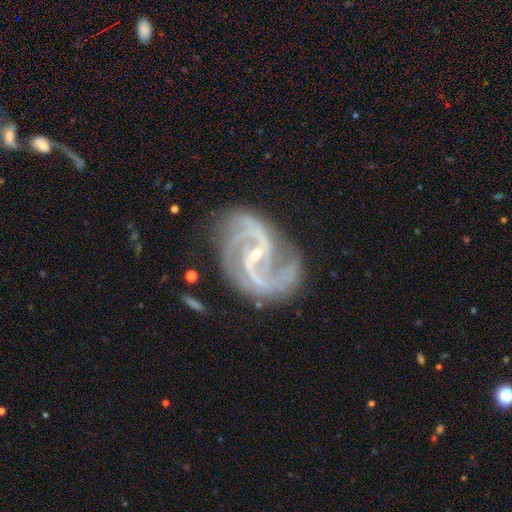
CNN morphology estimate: smooth-or-featured: featured or disk: 93% | star or artifact: 5% | smooth: 2%
  disk-edge-on: no: 98% | yes: 2%
    bar: weak: 40% | strong: 32% | no: 28%
    has-spiral-arms: yes: 99% | no: 1%
      spiral-winding: medium: 60% | loose: 21% | tight: 18%
      spiral-arm-count: 2: 76% | 3: 10% | can't tell: 4% | 4: 3% | 1: 3% | more than 4: 3%
    bulge-size: small: 80% | moderate: 17% | none: 2% | large: 1% | dominant: 1%
  merging: none: 70% | minor disturbance: 18% | major disturbance: 9% | merger: 3%